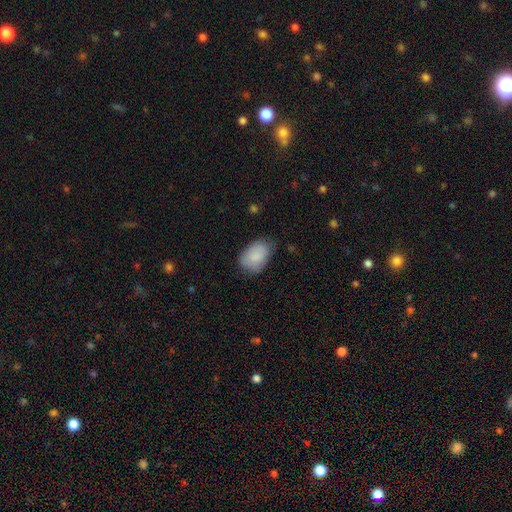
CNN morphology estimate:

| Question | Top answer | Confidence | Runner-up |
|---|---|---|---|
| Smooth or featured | smooth | 86% | featured or disk (7%) |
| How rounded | in between | 86% | round (13%) |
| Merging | none | 63% | minor disturbance (30%) |